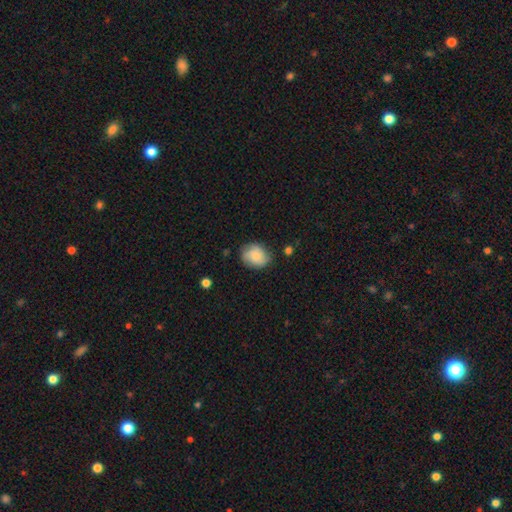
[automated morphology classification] smooth_or_featured: smooth (p=0.61) [alt: featured or disk p=0.30]
how_rounded: round (p=0.58) [alt: in between p=0.41]
merging: none (p=0.73) [alt: minor disturbance p=0.20]